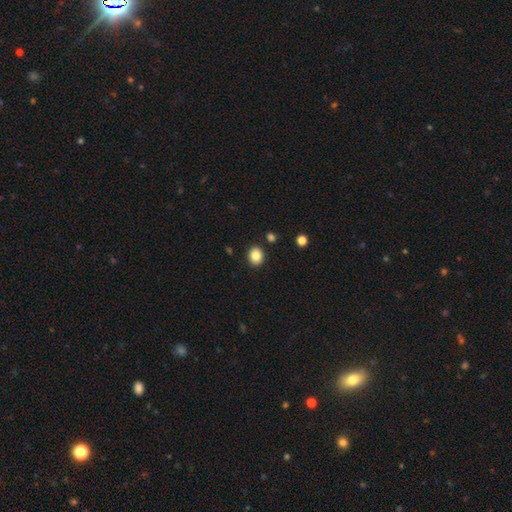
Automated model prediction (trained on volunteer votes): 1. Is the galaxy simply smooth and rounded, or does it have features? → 85% smooth, 10% star or artifact, 6% featured or disk.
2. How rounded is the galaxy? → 66% round, 33% in between, 1% cigar-shaped.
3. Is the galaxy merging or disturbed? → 89% none, 6% minor disturbance, 3% merger, 2% major disturbance.